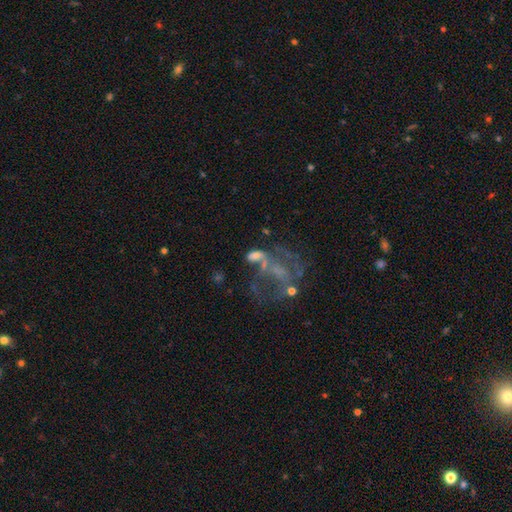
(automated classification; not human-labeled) Smooth or featured: smooth — 42% (featured or disk — 40%)
Merging: merger — 32% (major disturbance — 30%)